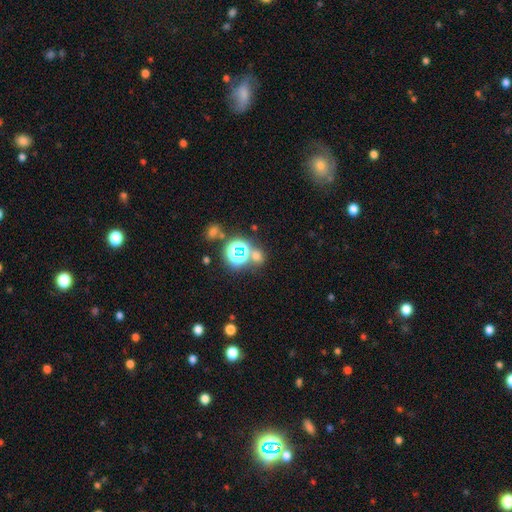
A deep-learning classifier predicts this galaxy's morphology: Smooth or featured?
  - smooth: 47% *
  - star or artifact: 46%
  - featured or disk: 7%
Merging?
  - none: 65% *
  - merger: 22%
  - minor disturbance: 9%
  - major disturbance: 5%